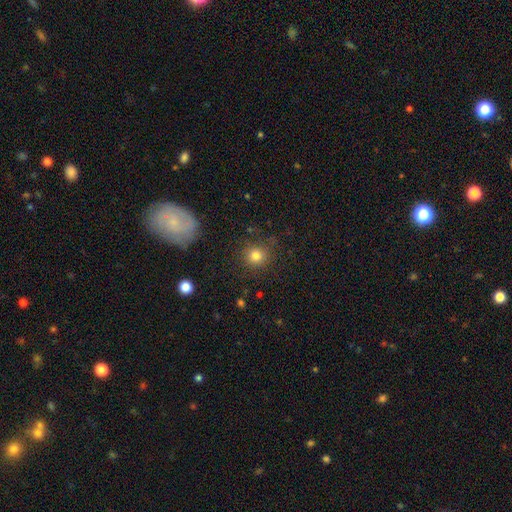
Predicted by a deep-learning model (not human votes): smooth 80%, star or artifact 13%, featured or disk 7%. Down the decision tree: how rounded — round (90%); merging — none (86%).